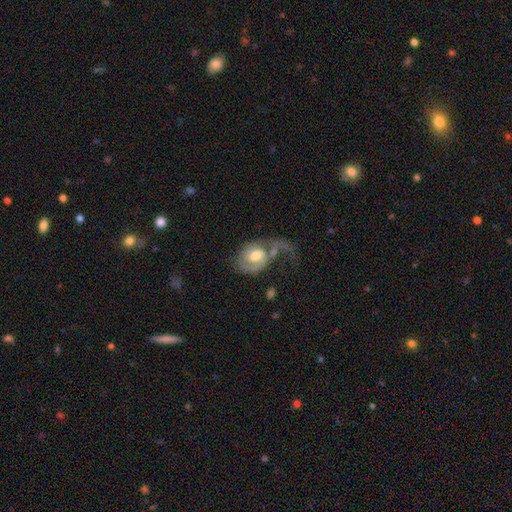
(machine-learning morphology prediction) smooth_or_featured: featured or disk (p=0.73) [alt: smooth p=0.21]
disk_edge_on: no (p=0.97) [alt: yes p=0.03]
bar: no (p=0.51) [alt: weak p=0.40]
has_spiral_arms: yes (p=0.89) [alt: no p=0.11]
spiral_winding: loose (p=0.37) [tied with: medium p=0.37]
spiral_arm_count: 2 (p=0.46) [alt: 1 p=0.43]
bulge_size: moderate (p=0.69) [alt: large p=0.16]
merging: major disturbance (p=0.44) [alt: none p=0.24]